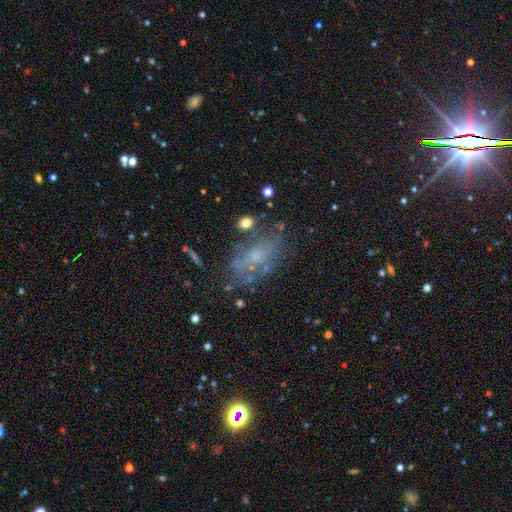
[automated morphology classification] Smooth or featured?
  - featured or disk: 46% *
  - smooth: 37%
  - star or artifact: 17%
Merging?
  - none: 52% *
  - minor disturbance: 22%
  - major disturbance: 18%
  - merger: 8%